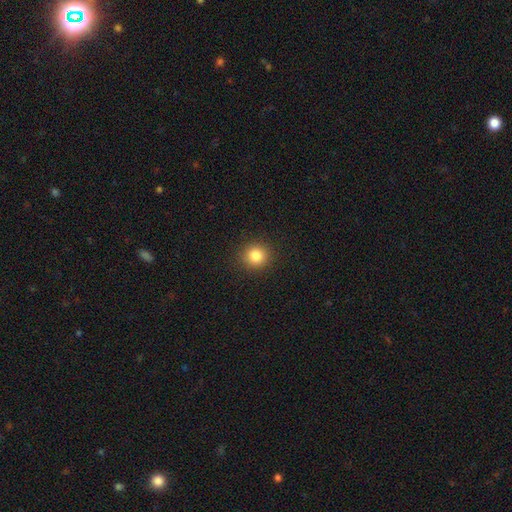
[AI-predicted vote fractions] Morphology: type=smooth (83%); roundness=round (91%); merging=none (91%).